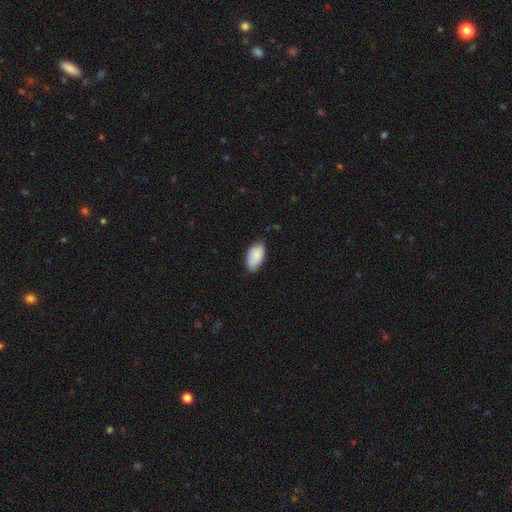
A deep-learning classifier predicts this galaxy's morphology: This is clearly a smooth galaxy (89%). How rounded: clearly in between (95%). Merging: likely none (75%).